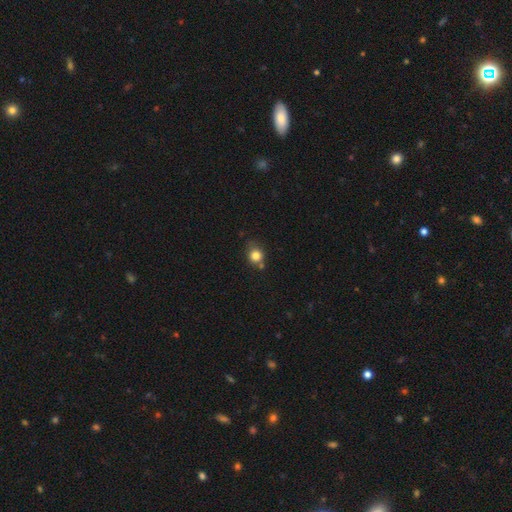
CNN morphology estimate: smooth-or-featured: smooth: 81% | star or artifact: 11% | featured or disk: 8%
  how-rounded: round: 79% | in between: 20% | cigar-shaped: 1%
  merging: none: 63% | minor disturbance: 20% | merger: 12% | major disturbance: 5%